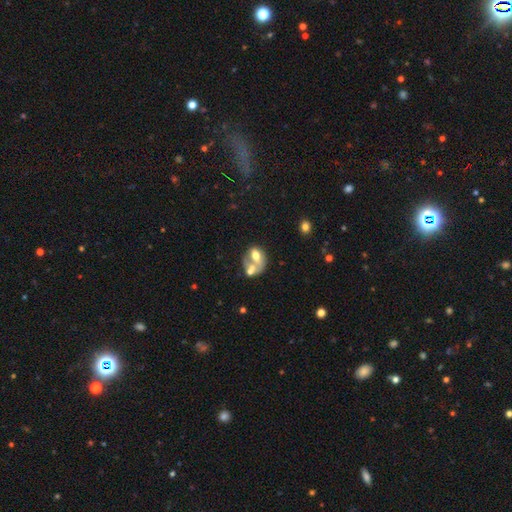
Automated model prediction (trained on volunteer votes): Smooth or featured? Predicted: smooth (p=0.50). How rounded? Predicted: in between (p=0.66). Merging? Predicted: merger (p=0.56).